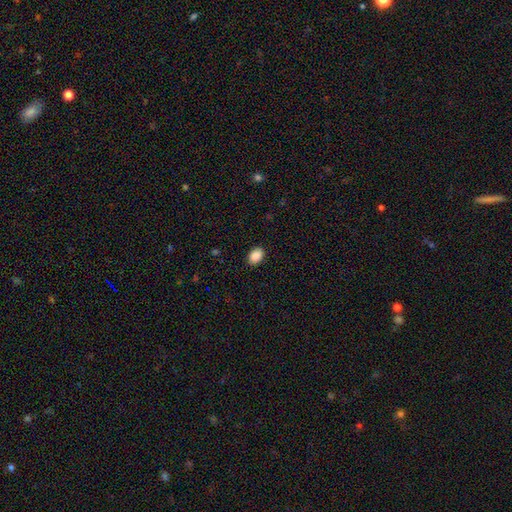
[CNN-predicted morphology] Smooth or featured: smooth — 89% (star or artifact — 8%)
How rounded: in between — 82% (round — 17%)
Merging: none — 89% (minor disturbance — 8%)